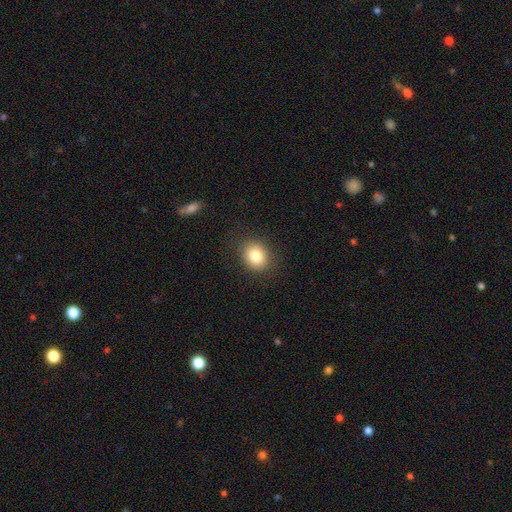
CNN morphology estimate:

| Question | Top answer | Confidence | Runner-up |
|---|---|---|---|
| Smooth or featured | smooth | 83% | star or artifact (10%) |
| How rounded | round | 62% | in between (37%) |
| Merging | none | 88% | minor disturbance (8%) |